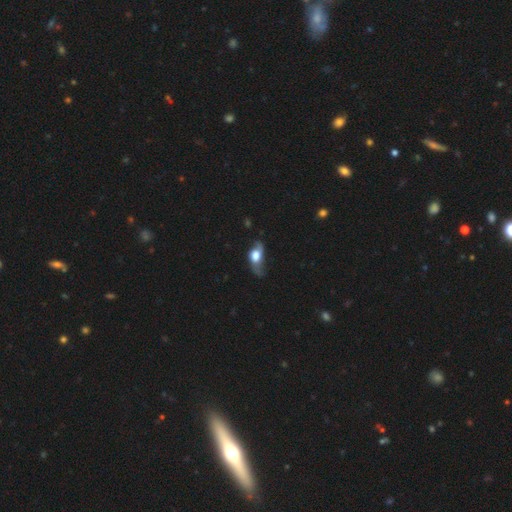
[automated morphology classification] smooth-or-featured: featured or disk: 49% | smooth: 43% | star or artifact: 8%
  merging: none: 45% | minor disturbance: 27% | major disturbance: 25% | merger: 3%